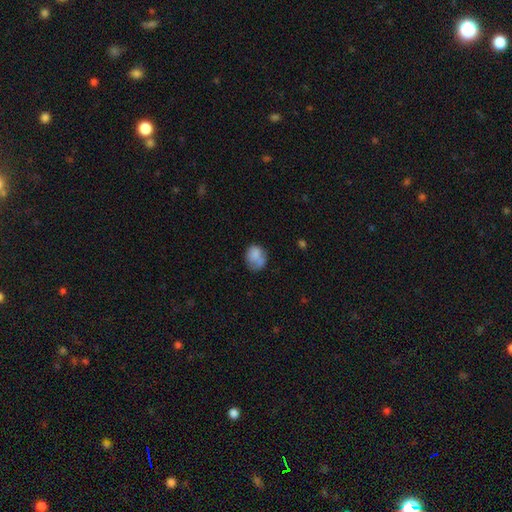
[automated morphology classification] Q: Smooth or featured?
A: smooth (76%); runner-up: featured or disk (15%)
Q: How rounded?
A: round (54%); runner-up: in between (45%)
Q: Merging?
A: none (47%); runner-up: minor disturbance (28%)